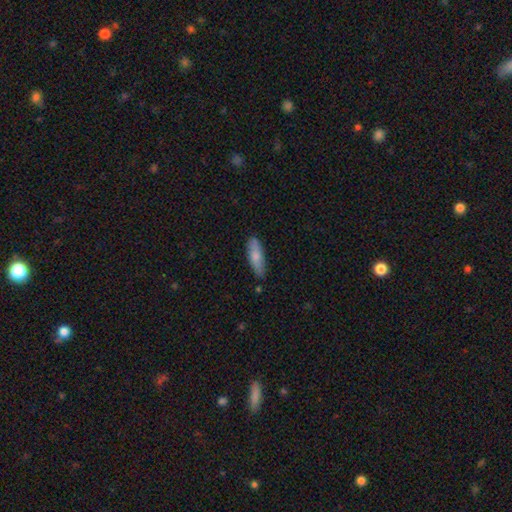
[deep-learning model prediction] smooth 76%, featured or disk 18%, star or artifact 6%. Down the decision tree: how rounded — cigar-shaped (50%); merging — none (80%).